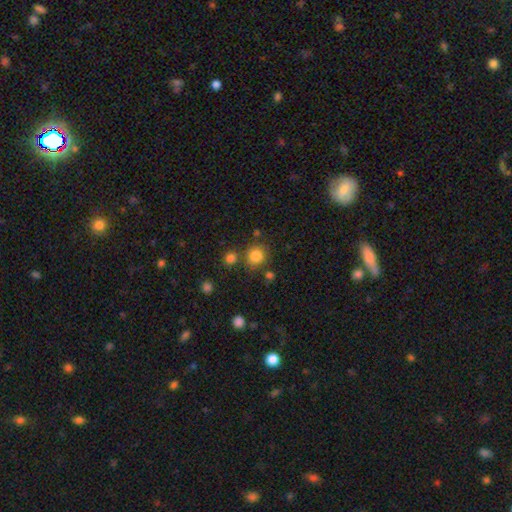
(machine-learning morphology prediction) Smooth or featured? Predicted: smooth (p=0.82). How rounded? Predicted: round (p=0.87). Merging? Predicted: none (p=0.76).